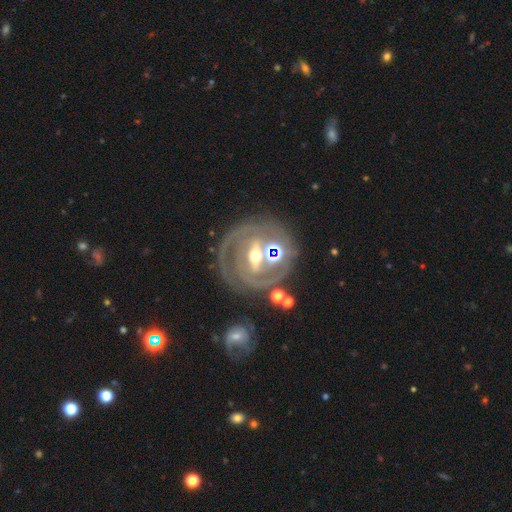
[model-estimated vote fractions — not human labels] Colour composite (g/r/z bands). It shows a featured or disk galaxy (82%) with a strong bar (62%), 2 (55%) tight (64%) spiral arms (74%) and a moderate central bulge (64%). Merging: none (69%).